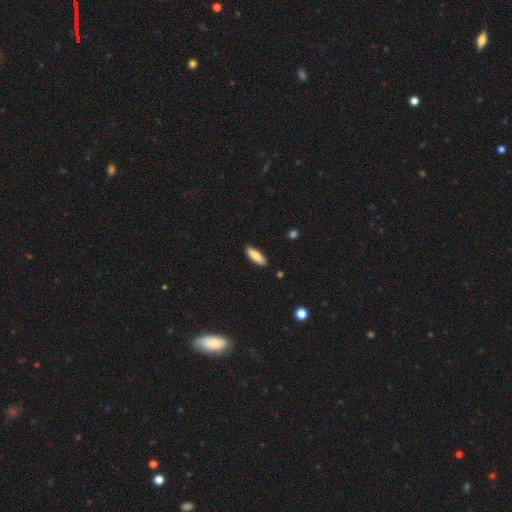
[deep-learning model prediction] Q: Smooth or featured?
A: smooth (84%); runner-up: featured or disk (10%)
Q: How rounded?
A: in between (55%); runner-up: cigar-shaped (43%)
Q: Merging?
A: none (90%); runner-up: minor disturbance (8%)